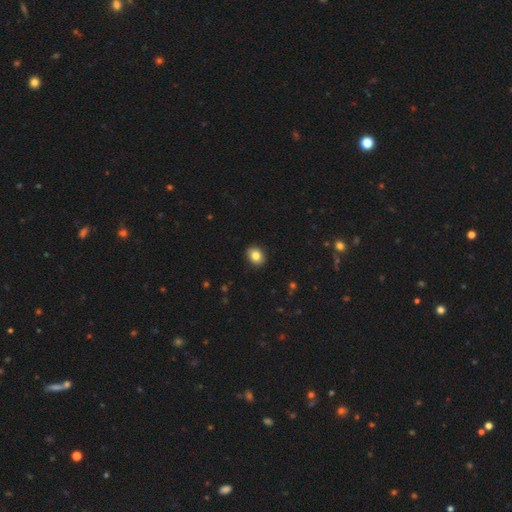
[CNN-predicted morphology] This is clearly a smooth galaxy (83%). How rounded: possibly in between (52%). Merging: clearly none (90%).